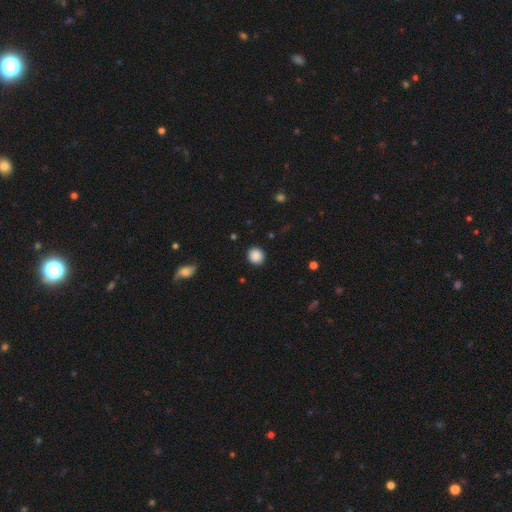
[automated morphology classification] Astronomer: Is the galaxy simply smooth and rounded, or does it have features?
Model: smooth — 88%.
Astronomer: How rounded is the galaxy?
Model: round — 86%.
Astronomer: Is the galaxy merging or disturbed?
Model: none — 90%.